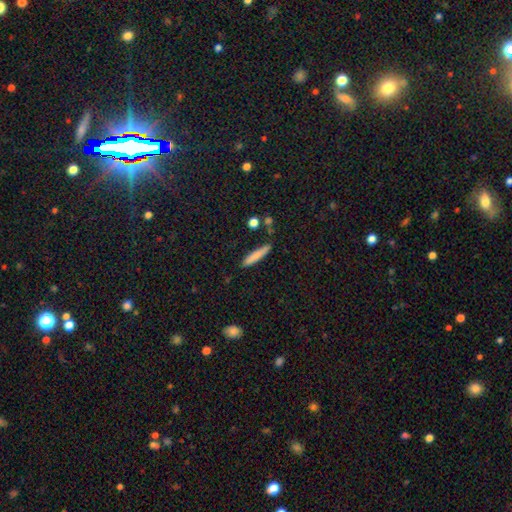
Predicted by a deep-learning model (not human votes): smooth 79%, featured or disk 14%, star or artifact 7%. Down the decision tree: how rounded — cigar-shaped (90%); merging — none (82%).